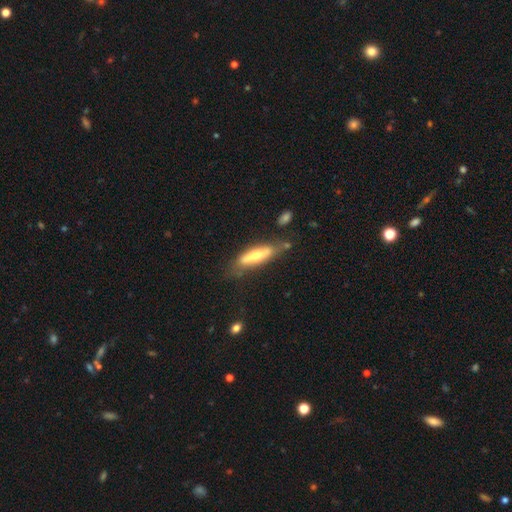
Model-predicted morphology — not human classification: smooth 54%, featured or disk 40%, star or artifact 6%. Down the decision tree: how rounded — cigar-shaped (69%); merging — none (60%).